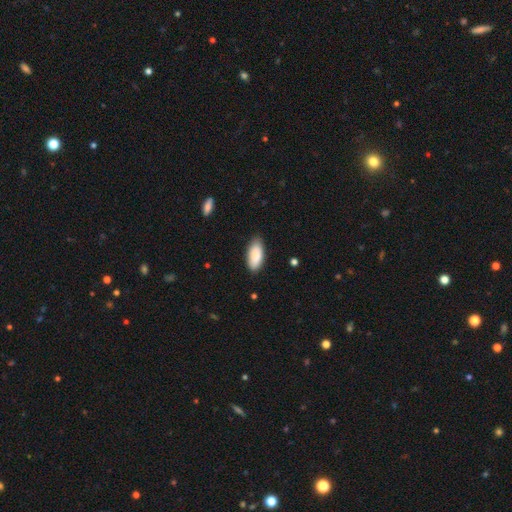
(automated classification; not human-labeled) Q: Smooth or featured?
A: smooth (89%); runner-up: star or artifact (6%)
Q: How rounded?
A: in between (89%); runner-up: cigar-shaped (9%)
Q: Merging?
A: none (83%); runner-up: minor disturbance (14%)